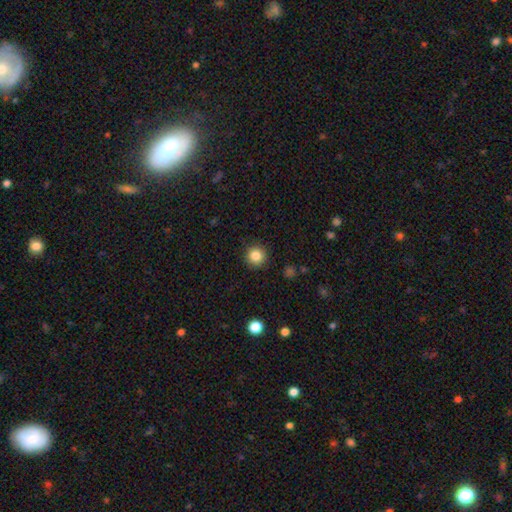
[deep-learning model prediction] smooth 84%, star or artifact 11%, featured or disk 5%. Down the decision tree: how rounded — round (95%); merging — none (92%).